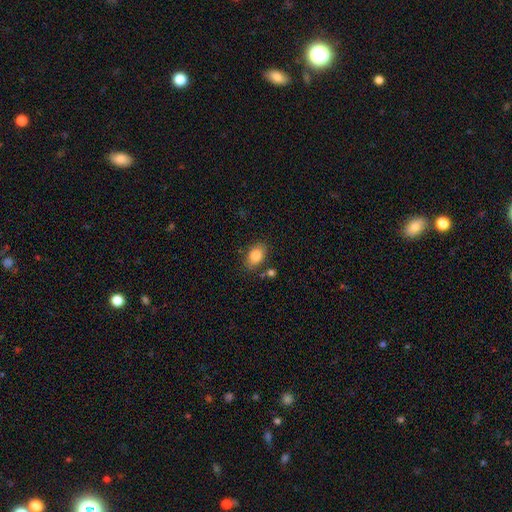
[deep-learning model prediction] Smooth or featured: smooth — 86% (star or artifact — 8%)
How rounded: in between — 85% (round — 14%)
Merging: none — 78% (minor disturbance — 13%)